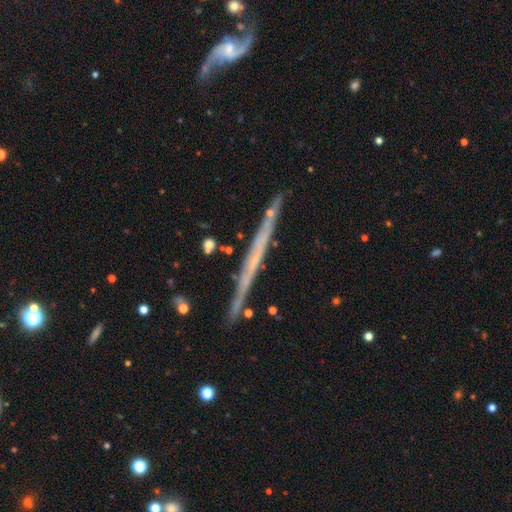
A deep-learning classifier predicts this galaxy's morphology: Smooth or featured?
  - featured or disk: 70% *
  - smooth: 23%
  - star or artifact: 7%
Edge-on disk?
  - yes: 96% *
  - no: 4%
Edge-on bulge?
  - none: 87% *
  - rounded: 9%
  - boxy: 4%
Merging?
  - none: 85% *
  - minor disturbance: 11%
  - merger: 3%
  - major disturbance: 2%